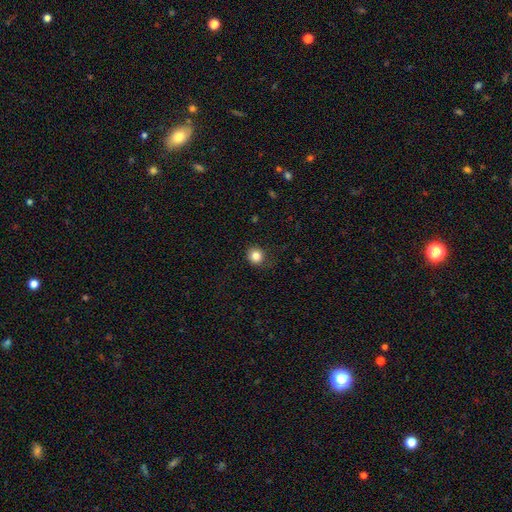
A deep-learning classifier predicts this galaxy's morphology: Smooth or featured: smooth — 84% (star or artifact — 11%)
How rounded: round — 89% (in between — 10%)
Merging: none — 84% (minor disturbance — 12%)